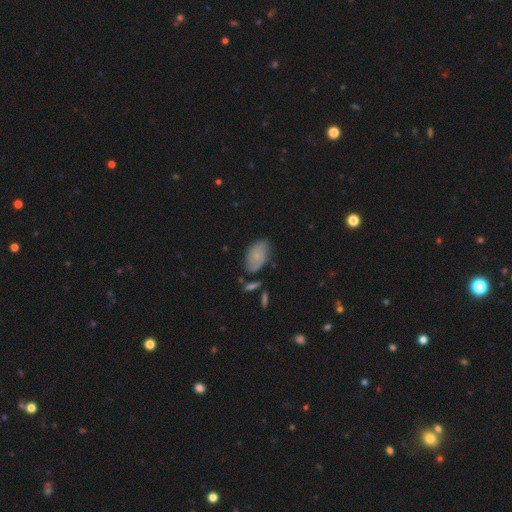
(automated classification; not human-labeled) This is likely a smooth galaxy (64%). How rounded: clearly in between (91%). Merging: likely none (65%).